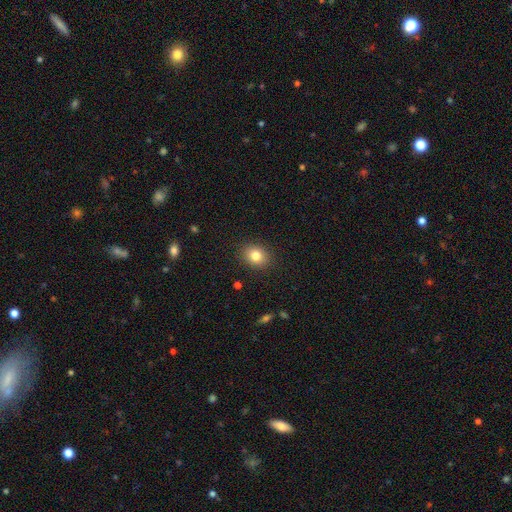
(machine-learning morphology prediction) A smooth galaxy with no disk features (81%) that is round (54%). Merging: none (89%).